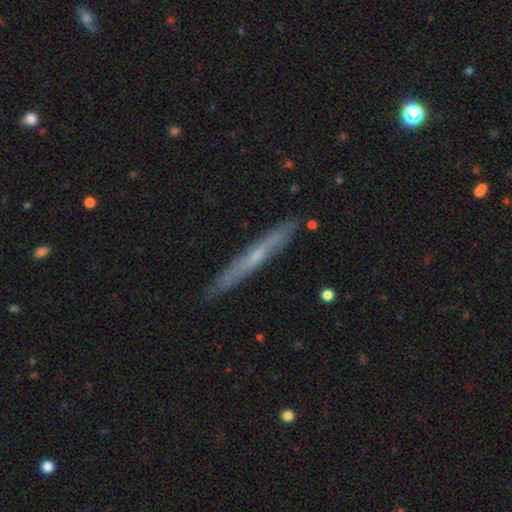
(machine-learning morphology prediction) smooth_or_featured: featured or disk (p=0.56) [alt: smooth p=0.37]
disk_edge_on: yes (p=0.93) [alt: no p=0.07]
edge_on_bulge: none (p=0.64) [alt: rounded p=0.32]
merging: none (p=0.87) [alt: minor disturbance p=0.10]